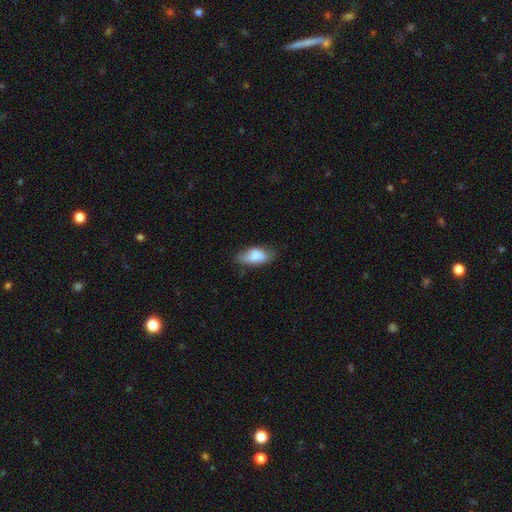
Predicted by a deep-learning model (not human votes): This appears to be a smooth galaxy with no disk features (79%) that is in between round and cigar-shaped (89%). Merging: none (66%).